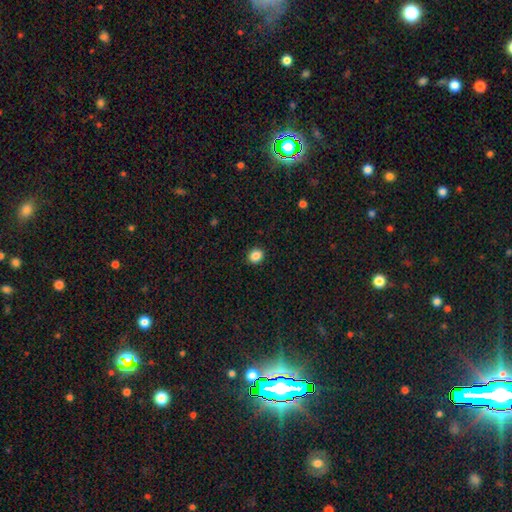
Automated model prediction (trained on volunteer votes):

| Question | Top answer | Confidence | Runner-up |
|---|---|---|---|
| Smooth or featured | smooth | 86% | star or artifact (10%) |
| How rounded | round | 72% | in between (28%) |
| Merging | none | 91% | minor disturbance (6%) |